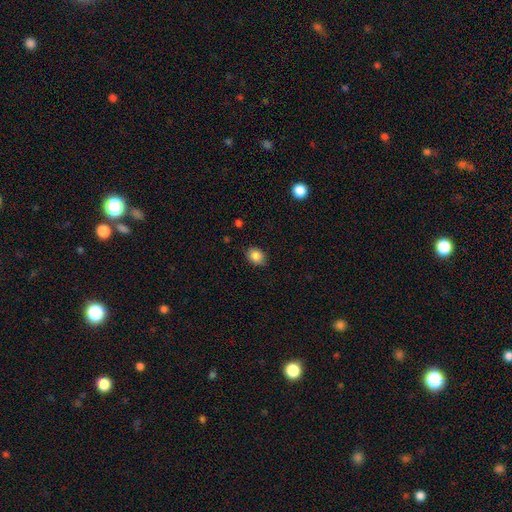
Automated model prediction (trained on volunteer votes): This is clearly a smooth galaxy (85%). How rounded: likely in between (63%). Merging: clearly none (84%).